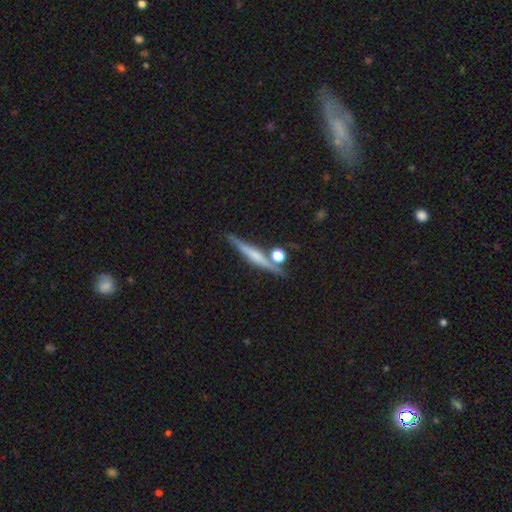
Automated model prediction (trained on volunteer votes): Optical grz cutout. It shows a featured or disk galaxy (56%) viewed edge-on (95%) with a rounded central bulge (40%, tied with none). Merging: none (76%).